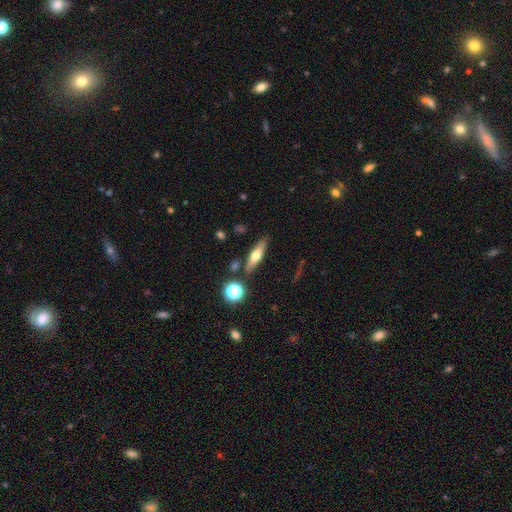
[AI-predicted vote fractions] smooth 52%, featured or disk 39%, star or artifact 9%. Down the decision tree: how rounded — cigar-shaped (62%); merging — none (81%).